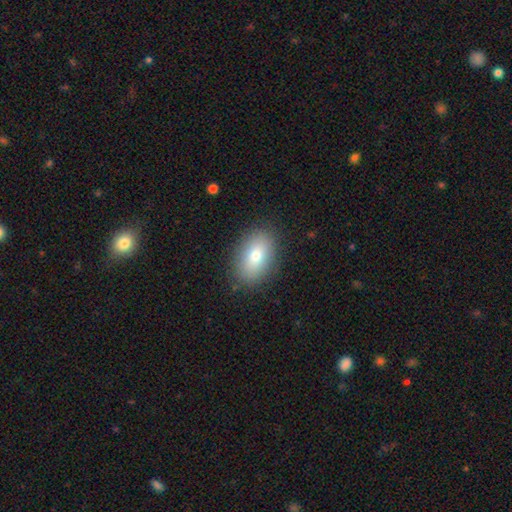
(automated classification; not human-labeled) A smooth galaxy with no disk features (76%) that is in between round and cigar-shaped (89%).

Vote fractions:
- Smooth or featured? smooth: 76% / featured or disk: 15% / star or artifact: 9%
- How rounded? in between: 89% / round: 9% / cigar-shaped: 2%
- Merging? none: 88% / minor disturbance: 8% / major disturbance: 3% / merger: 1%